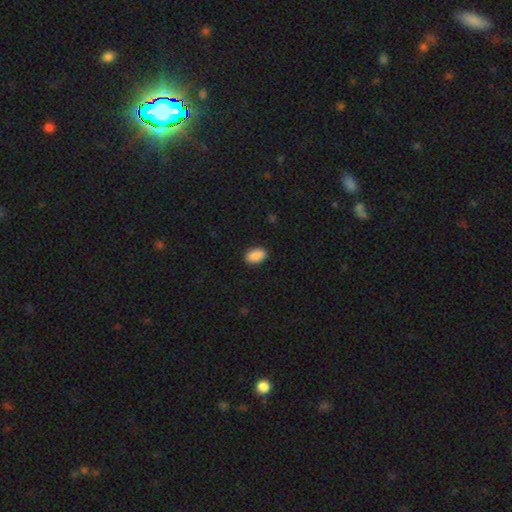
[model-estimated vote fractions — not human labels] smooth 90%, star or artifact 7%, featured or disk 3%. Down the decision tree: how rounded — in between (91%); merging — none (89%).